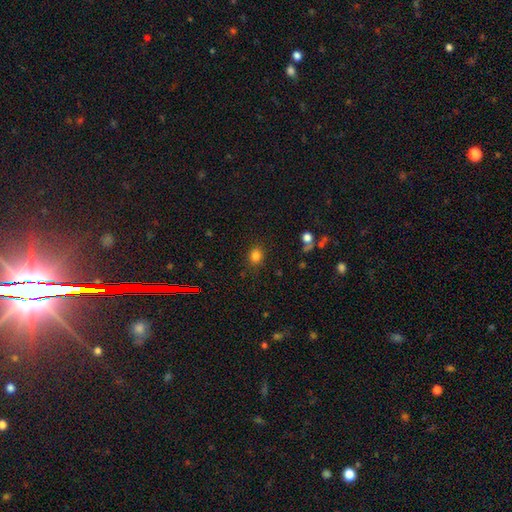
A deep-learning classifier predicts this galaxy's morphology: Smooth or featured: smooth — 81% (star or artifact — 14%)
How rounded: round — 64% (in between — 35%)
Merging: none — 84% (minor disturbance — 10%)